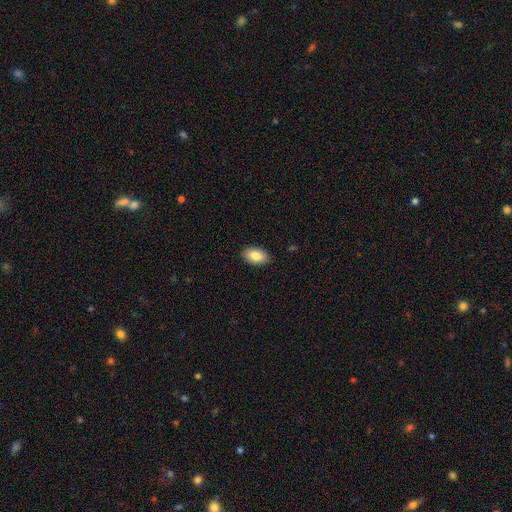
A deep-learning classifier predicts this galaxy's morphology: smooth-or-featured: smooth: 84% | featured or disk: 9% | star or artifact: 7%
  how-rounded: in between: 93% | round: 6% | cigar-shaped: 2%
  merging: none: 89% | minor disturbance: 9% | major disturbance: 2% | merger: 1%